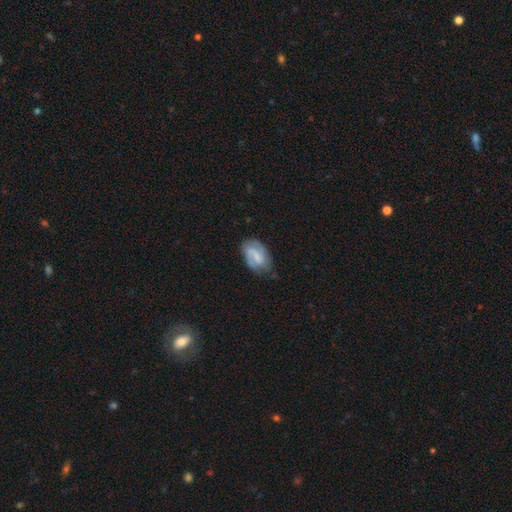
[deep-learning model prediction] Overall: featured or disk (57%; smooth 36%). Edge-on disk: no (97%). Bar: weak (50%; no 33%). Spiral arms: yes (82%). Bulge size: small (37%; none 33%). Merging: none (64%; minor disturbance 25%).